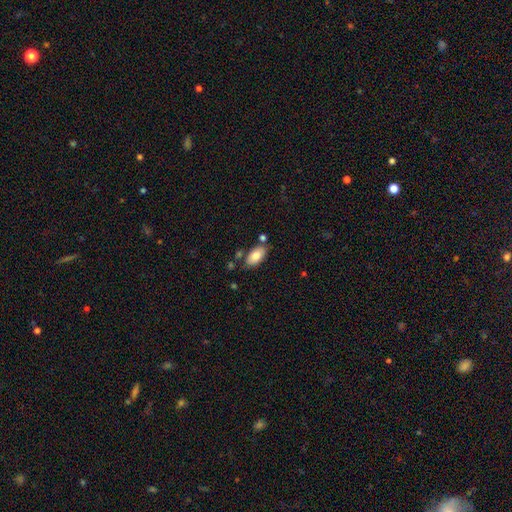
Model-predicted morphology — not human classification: A smooth galaxy with no disk features (82%) that is in between round and cigar-shaped (93%).

Vote fractions:
- Smooth or featured? smooth: 82% / featured or disk: 12% / star or artifact: 7%
- How rounded? in between: 93% / cigar-shaped: 4% / round: 3%
- Merging? none: 75% / minor disturbance: 14% / merger: 8% / major disturbance: 3%